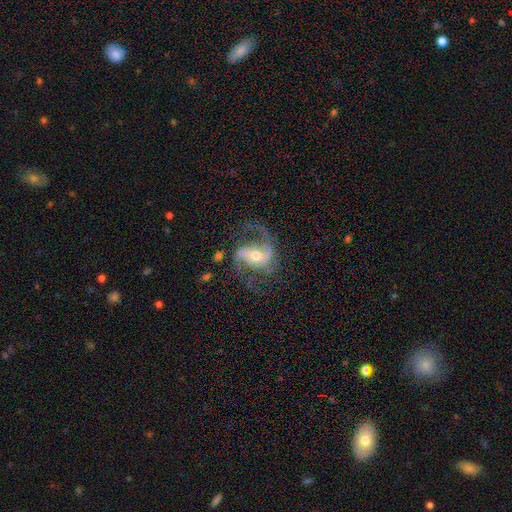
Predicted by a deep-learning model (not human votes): smooth_or_featured: featured or disk (p=0.88) [alt: smooth p=0.06]
disk_edge_on: no (p=0.97) [alt: yes p=0.03]
bar: weak (p=0.39) [alt: no p=0.35]
has_spiral_arms: yes (p=0.96) [alt: no p=0.04]
spiral_winding: medium (p=0.45) [alt: loose p=0.44]
spiral_arm_count: 2 (p=0.77) [alt: 3 p=0.08]
bulge_size: moderate (p=0.59) [alt: small p=0.35]
merging: none (p=0.62) [alt: major disturbance p=0.19]